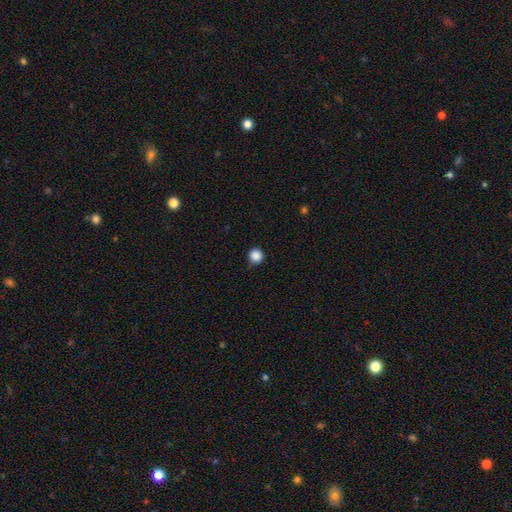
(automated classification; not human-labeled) smooth 87%, star or artifact 11%, featured or disk 3%. Down the decision tree: how rounded — round (94%); merging — none (80%).